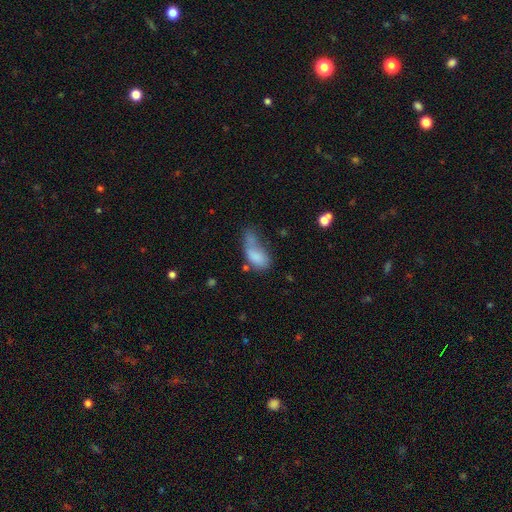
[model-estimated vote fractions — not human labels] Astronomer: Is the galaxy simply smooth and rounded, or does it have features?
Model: smooth — 75%.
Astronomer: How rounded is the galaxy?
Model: in between — 87%.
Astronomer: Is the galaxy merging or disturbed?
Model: major disturbance — 33% (runner-up: merger, 25%).